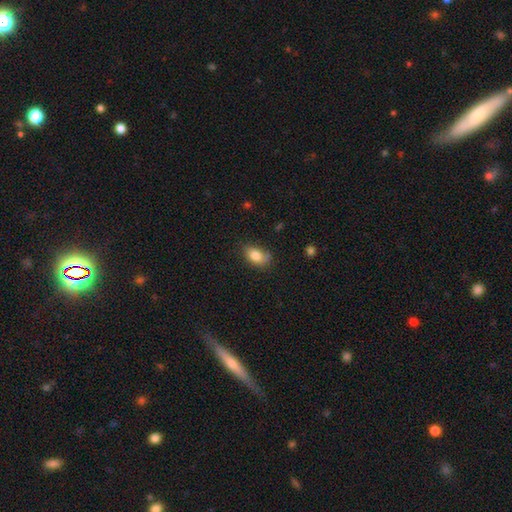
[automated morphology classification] Q: Smooth or featured?
A: smooth (82%); runner-up: featured or disk (10%)
Q: How rounded?
A: in between (88%); runner-up: round (10%)
Q: Merging?
A: none (65%); runner-up: minor disturbance (27%)